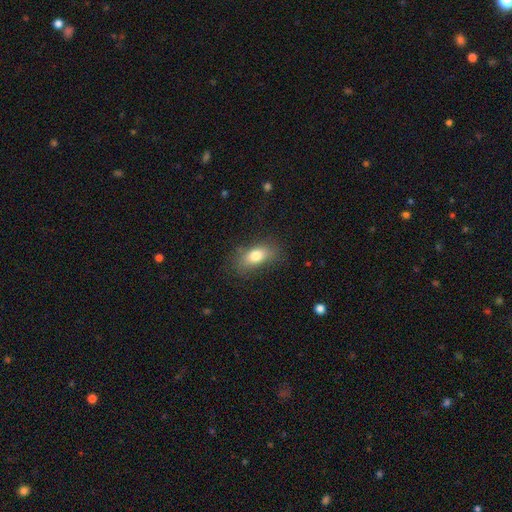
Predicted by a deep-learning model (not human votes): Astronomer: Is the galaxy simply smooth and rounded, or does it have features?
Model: smooth — 78%.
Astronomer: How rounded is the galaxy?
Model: in between — 85%.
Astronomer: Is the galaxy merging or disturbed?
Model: none — 70%.